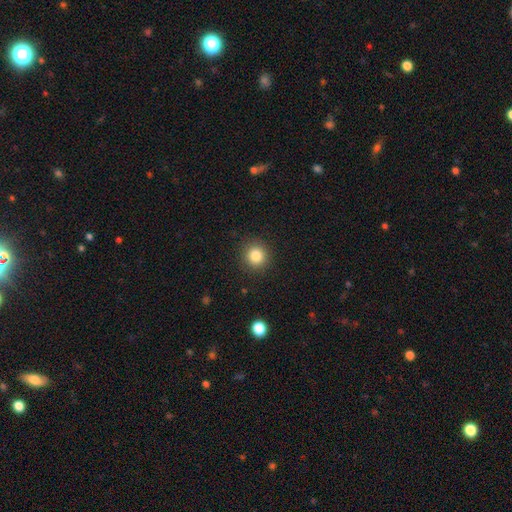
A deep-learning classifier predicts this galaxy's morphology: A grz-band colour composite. It shows a smooth galaxy with no disk features (83%) that is round (92%). Merging: none (90%).